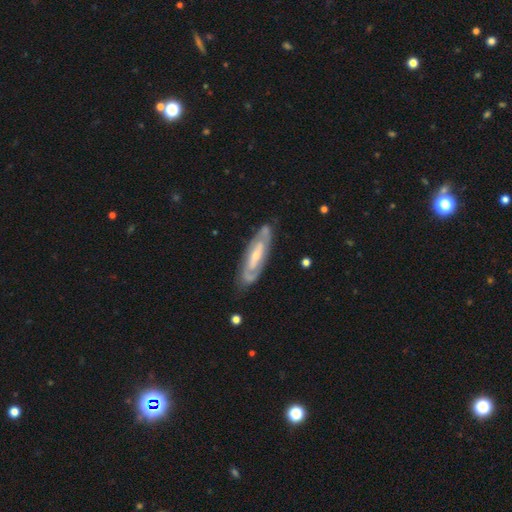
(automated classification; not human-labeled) This appears to be a featured or disk galaxy (80%) with a weak bar (38%), 2 (61%) tight (53%) spiral arms (84%) and a small central bulge (59%). Merging: none (78%).